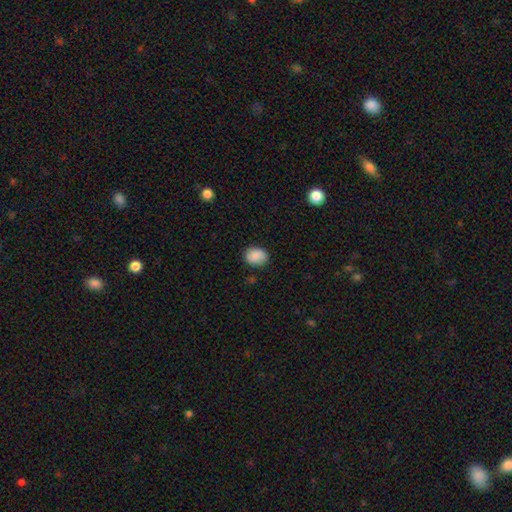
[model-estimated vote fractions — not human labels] Overall: smooth (85%). How rounded: in between (51%; round 48%). Merging: none (80%).